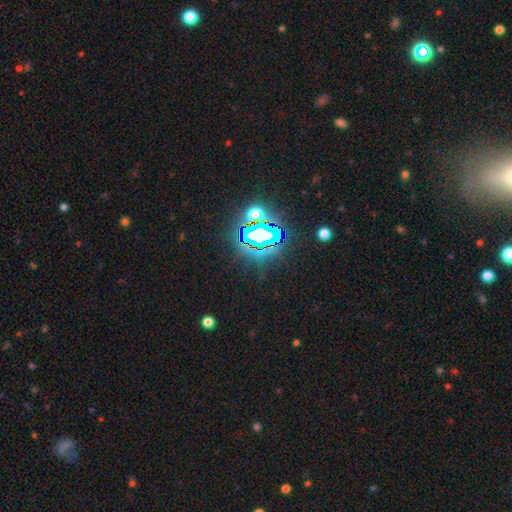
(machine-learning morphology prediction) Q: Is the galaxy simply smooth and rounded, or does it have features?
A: star or artifact — 83%.